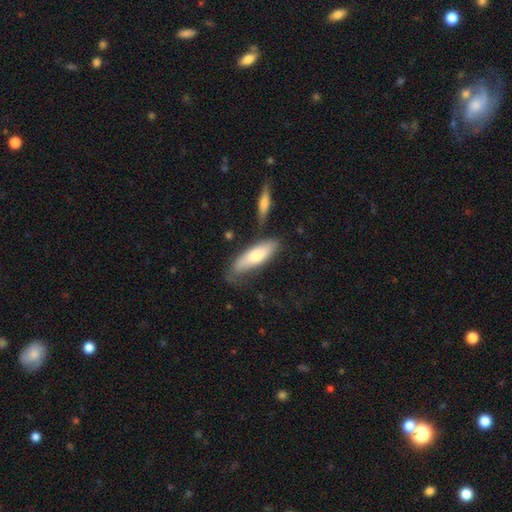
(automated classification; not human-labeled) This is likely a smooth galaxy (69%). How rounded: possibly in between (52%). Merging: likely none (63%).